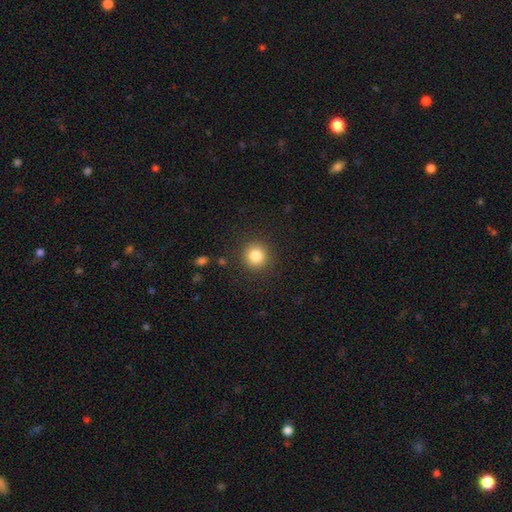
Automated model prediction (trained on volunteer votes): Morphology: type=smooth (84%); roundness=round (93%); merging=none (89%).